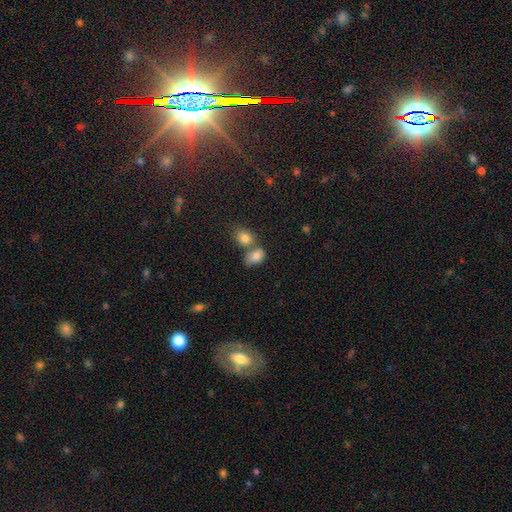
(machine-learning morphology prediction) Smooth or featured?
  - smooth: 83% *
  - star or artifact: 9%
  - featured or disk: 8%
How rounded?
  - in between: 79% *
  - round: 20%
  - cigar-shaped: 2%
Merging?
  - merger: 45% *
  - none: 38%
  - minor disturbance: 13%
  - major disturbance: 5%